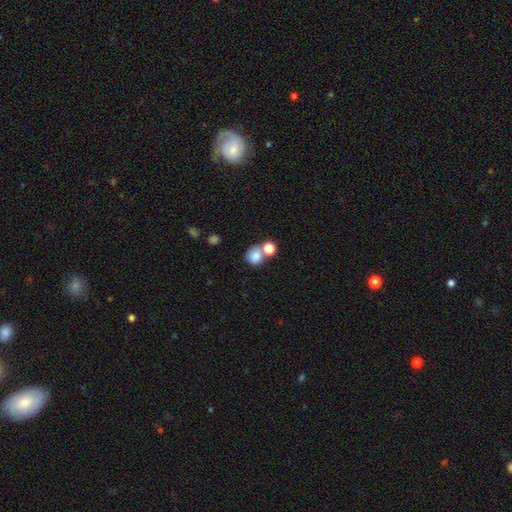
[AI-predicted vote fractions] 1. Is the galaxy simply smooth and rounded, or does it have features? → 81% smooth, 10% star or artifact, 8% featured or disk.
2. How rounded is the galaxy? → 83% round, 16% in between, 1% cigar-shaped.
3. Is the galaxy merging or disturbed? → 47% none, 40% merger, 9% minor disturbance, 4% major disturbance.